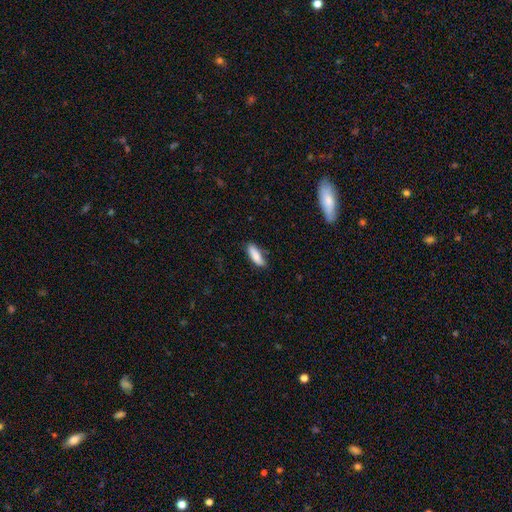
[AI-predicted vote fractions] A smooth galaxy with no disk features (84%) that is in between round and cigar-shaped (53%). Merging: none (75%).